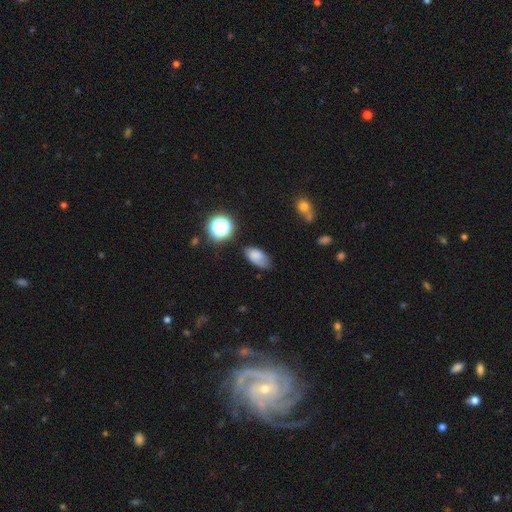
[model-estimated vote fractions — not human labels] Smooth or featured? Predicted: smooth (p=0.76). How rounded? Predicted: in between (p=0.90). Merging? Predicted: none (p=0.61).